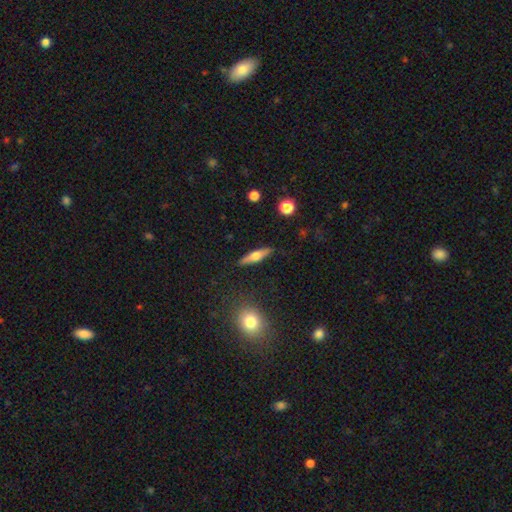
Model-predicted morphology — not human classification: A featured or disk galaxy (51%) viewed edge-on (93%).

Vote fractions:
- Smooth or featured? featured or disk: 51% / smooth: 43% / star or artifact: 6%
- Edge-on disk? yes: 93% / no: 7%
- Merging? none: 87% / minor disturbance: 9% / major disturbance: 2% / merger: 2%